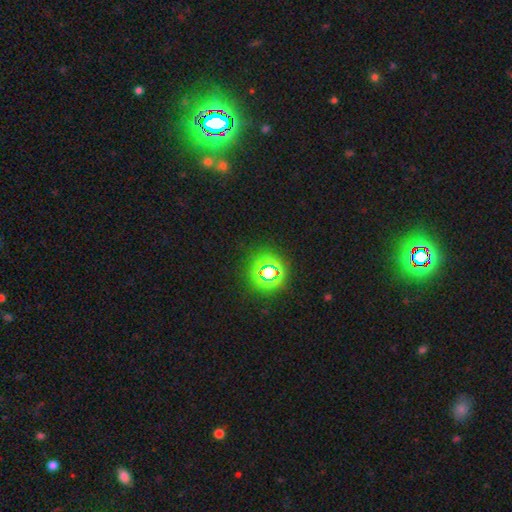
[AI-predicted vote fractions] Overall: star or artifact (67%).